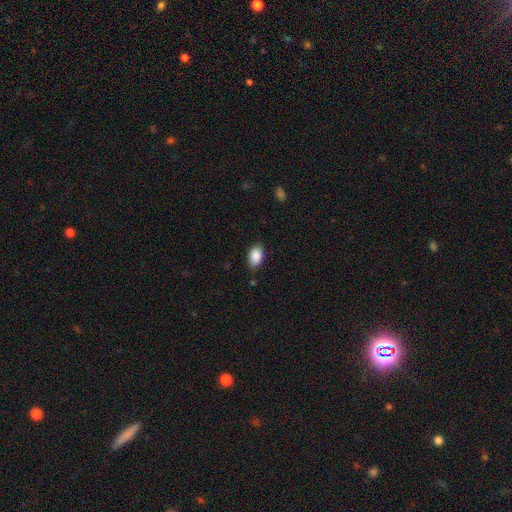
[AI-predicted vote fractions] Smooth or featured: smooth — 89% (star or artifact — 7%)
How rounded: in between — 91% (round — 8%)
Merging: none — 83% (minor disturbance — 13%)